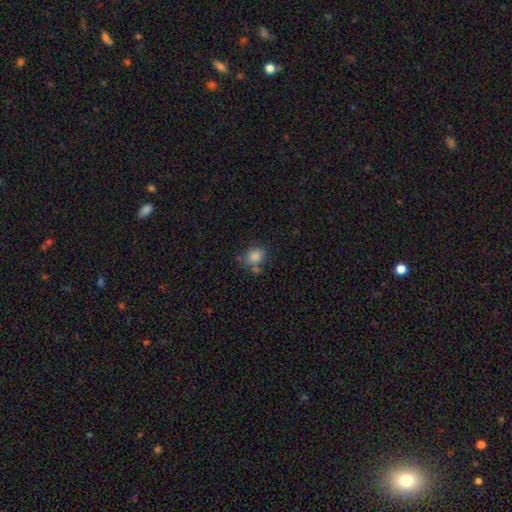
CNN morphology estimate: This appears to be a smooth galaxy with no disk features (82%) that is in between round and cigar-shaped (54%). Merging: none (56%).